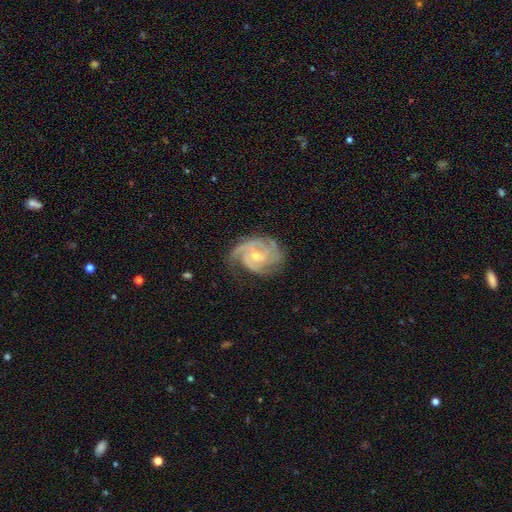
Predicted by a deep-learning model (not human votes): smooth_or_featured: featured or disk (p=0.89) [alt: smooth p=0.06]
disk_edge_on: no (p=0.98) [alt: yes p=0.02]
bar: no (p=0.60) [alt: weak p=0.32]
has_spiral_arms: yes (p=0.98) [alt: no p=0.02]
spiral_winding: tight (p=0.60) [alt: medium p=0.33]
spiral_arm_count: 3 (p=0.41) [alt: 2 p=0.28]
bulge_size: small (p=0.55) [alt: moderate p=0.42]
merging: none (p=0.67) [alt: minor disturbance p=0.22]